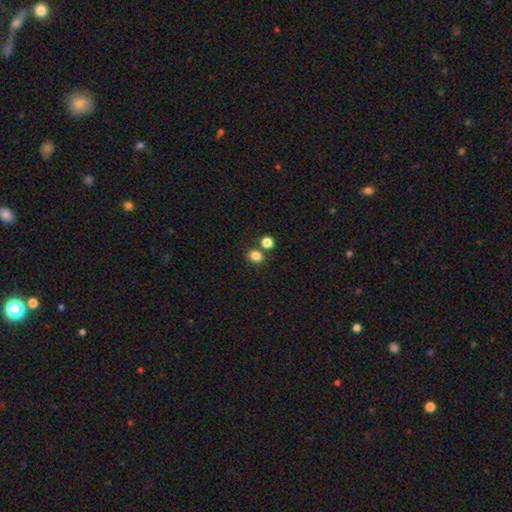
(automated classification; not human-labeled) The model was most divided on "how rounded": round: 58%, in between: 41%, cigar-shaped: 1%. More confident: smooth or featured — smooth (83%); merging — none (70%).